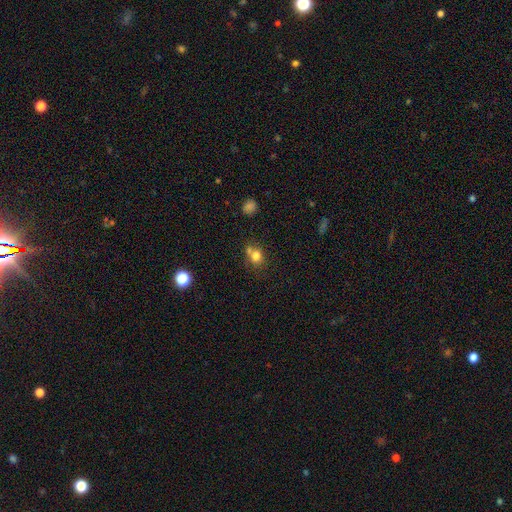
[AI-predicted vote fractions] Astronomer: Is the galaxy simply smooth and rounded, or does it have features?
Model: smooth — 77%.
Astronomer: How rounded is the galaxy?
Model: round — 69%.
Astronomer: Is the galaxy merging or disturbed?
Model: none — 48% (runner-up: merger, 35%).